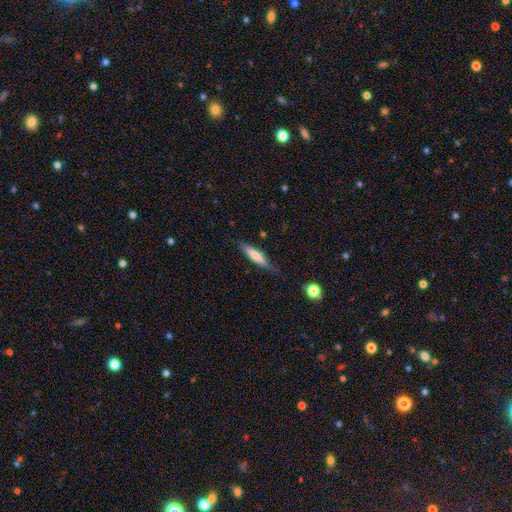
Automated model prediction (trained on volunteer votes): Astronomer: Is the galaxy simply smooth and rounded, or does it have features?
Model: smooth — 66%.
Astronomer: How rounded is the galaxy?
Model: cigar-shaped — 79%.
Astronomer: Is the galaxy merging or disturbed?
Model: none — 74%.